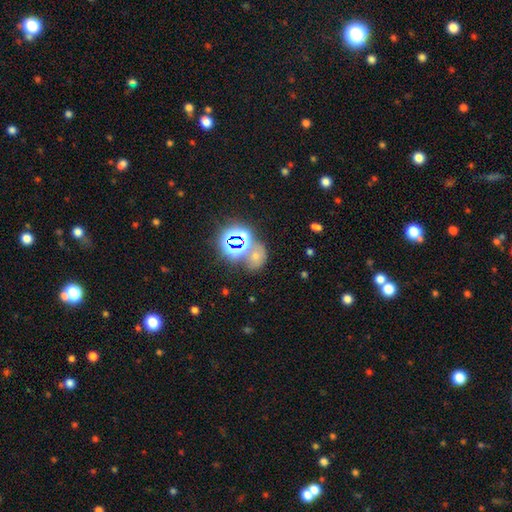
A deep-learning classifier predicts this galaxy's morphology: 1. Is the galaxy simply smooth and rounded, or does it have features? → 45% smooth, 44% star or artifact, 11% featured or disk.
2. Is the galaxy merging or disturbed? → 51% none, 26% merger, 14% minor disturbance, 8% major disturbance.